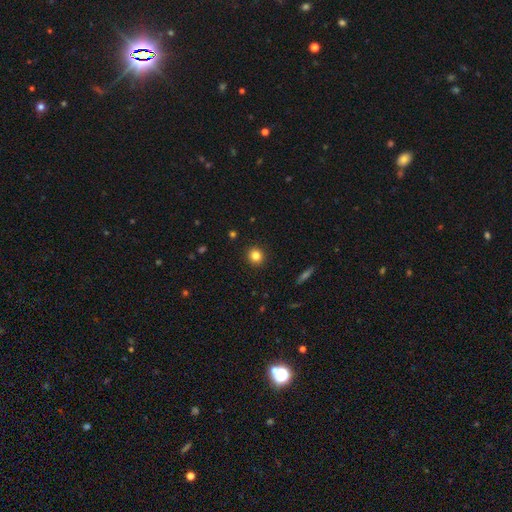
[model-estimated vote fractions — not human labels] smooth-or-featured: smooth: 83% | star or artifact: 11% | featured or disk: 6%
  how-rounded: round: 92% | in between: 7% | cigar-shaped: 1%
  merging: none: 92% | minor disturbance: 5% | major disturbance: 2% | merger: 1%